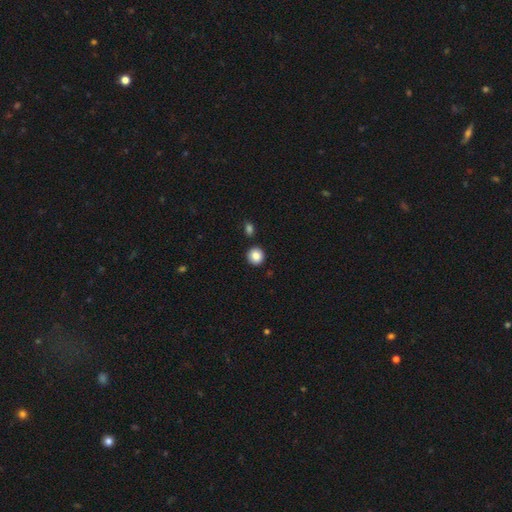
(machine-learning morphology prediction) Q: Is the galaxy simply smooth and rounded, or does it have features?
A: smooth — 87%.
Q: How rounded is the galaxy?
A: round — 93%.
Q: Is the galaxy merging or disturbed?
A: none — 89%.